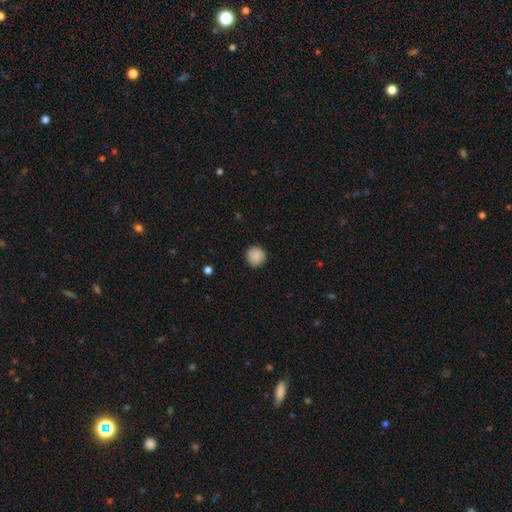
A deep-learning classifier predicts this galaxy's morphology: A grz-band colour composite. It shows a smooth galaxy with no disk features (89%) that is round (93%). Merging: none (89%).